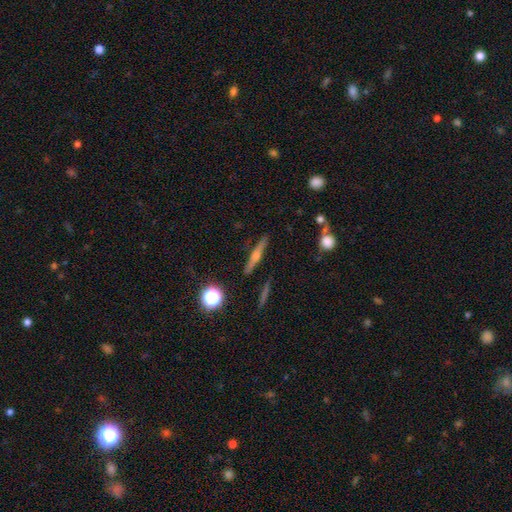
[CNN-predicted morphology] Q: Smooth or featured?
A: featured or disk (64%); runner-up: smooth (27%)
Q: Edge-on disk?
A: yes (97%); runner-up: no (3%)
Q: Edge-on bulge?
A: rounded (88%); runner-up: none (7%)
Q: Merging?
A: none (90%); runner-up: minor disturbance (7%)